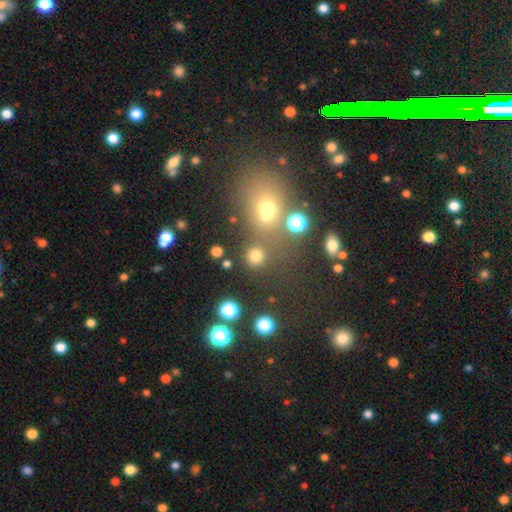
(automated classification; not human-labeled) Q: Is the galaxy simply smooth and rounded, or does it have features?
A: smooth — 74%.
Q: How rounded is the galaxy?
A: round — 89%.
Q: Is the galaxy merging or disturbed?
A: none — 71%.